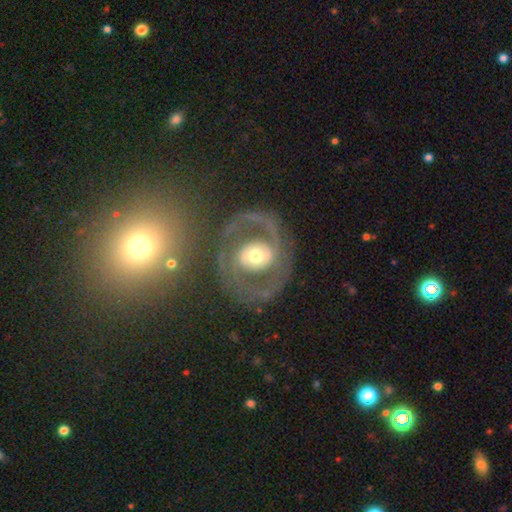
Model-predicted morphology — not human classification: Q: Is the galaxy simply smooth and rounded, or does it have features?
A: featured or disk — 77%.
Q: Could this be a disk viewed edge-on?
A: no — 97%.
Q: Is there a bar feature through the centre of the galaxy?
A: no — 64%.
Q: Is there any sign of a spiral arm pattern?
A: yes — 72%.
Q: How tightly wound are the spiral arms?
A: medium — 43%.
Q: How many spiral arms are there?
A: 2 — 70%.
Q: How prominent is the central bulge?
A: moderate — 64%.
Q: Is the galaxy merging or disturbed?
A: none — 63%.